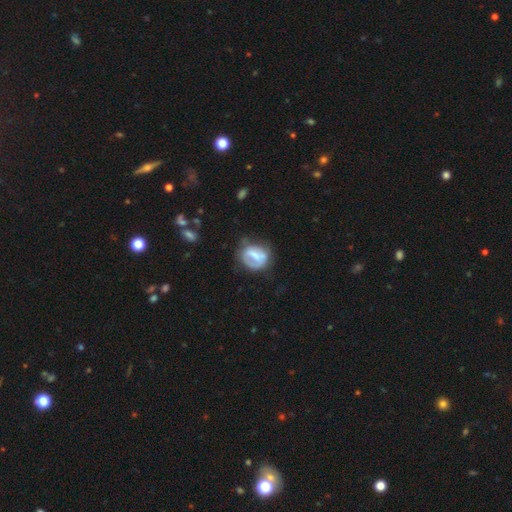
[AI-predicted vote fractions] smooth_or_featured: smooth (p=0.50) [alt: featured or disk p=0.42]
merging: none (p=0.48) [alt: minor disturbance p=0.28]